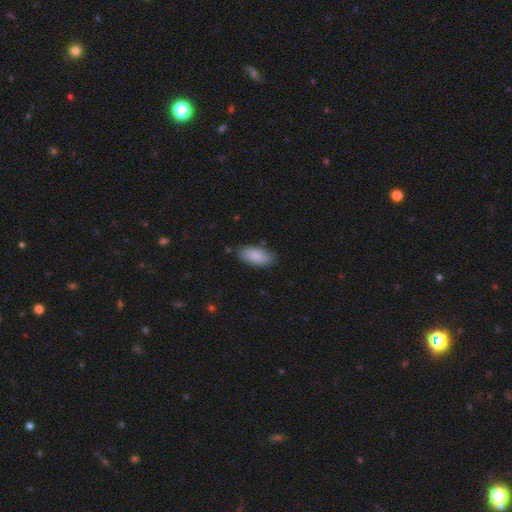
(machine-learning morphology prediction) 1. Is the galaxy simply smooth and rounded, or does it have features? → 84% smooth, 10% featured or disk, 6% star or artifact.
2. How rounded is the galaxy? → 91% in between, 6% cigar-shaped, 2% round.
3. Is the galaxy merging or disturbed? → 80% none, 15% minor disturbance, 3% major disturbance, 2% merger.